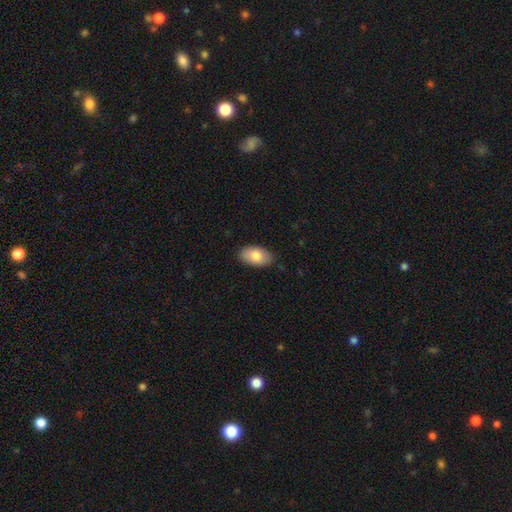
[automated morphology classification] Q: Smooth or featured?
A: smooth (83%); runner-up: featured or disk (11%)
Q: How rounded?
A: in between (94%); runner-up: round (4%)
Q: Merging?
A: none (85%); runner-up: minor disturbance (12%)